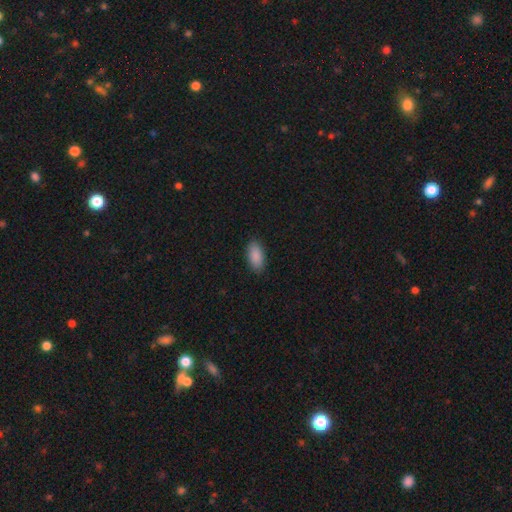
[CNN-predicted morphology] This is clearly a smooth galaxy (90%). How rounded: clearly in between (92%). Merging: clearly none (89%).